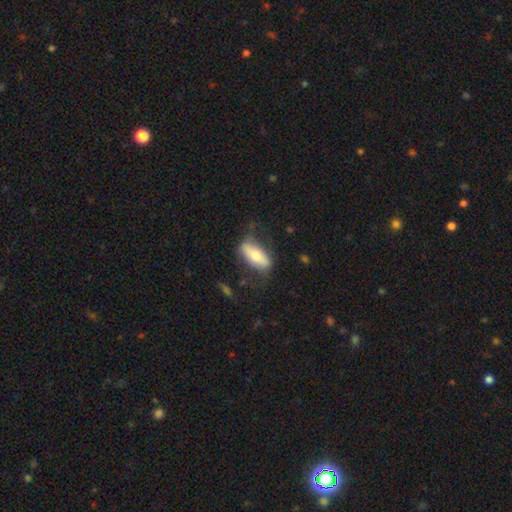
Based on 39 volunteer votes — This appears to be a smooth galaxy with no disk features (54%) that is in between round and cigar-shaped (86%). Merging: none (41%).